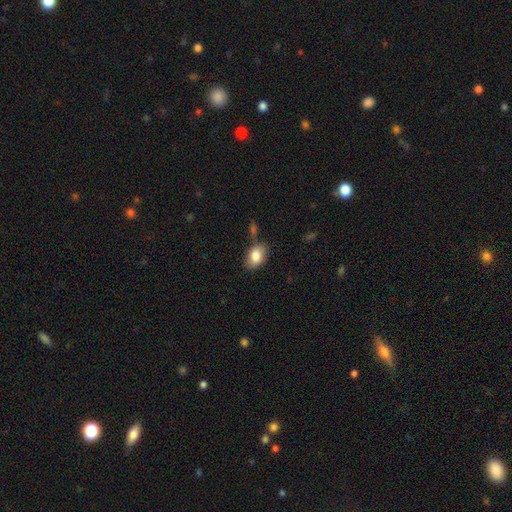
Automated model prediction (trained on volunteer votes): This is clearly a smooth galaxy (85%). How rounded: clearly in between (85%). Merging: likely none (68%).